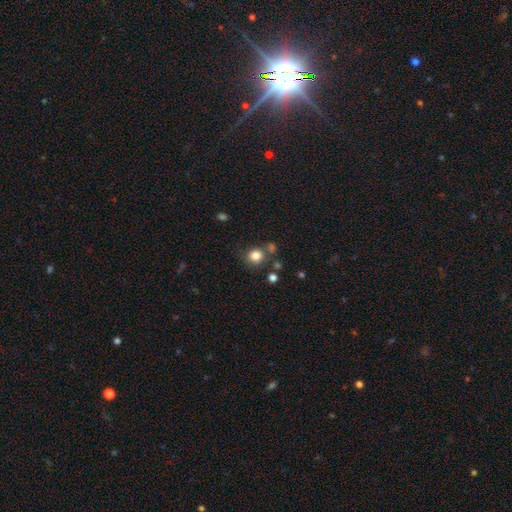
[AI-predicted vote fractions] smooth-or-featured: smooth: 82% | star or artifact: 12% | featured or disk: 6%
  how-rounded: round: 83% | in between: 16% | cigar-shaped: 1%
  merging: none: 68% | minor disturbance: 14% | merger: 13% | major disturbance: 6%